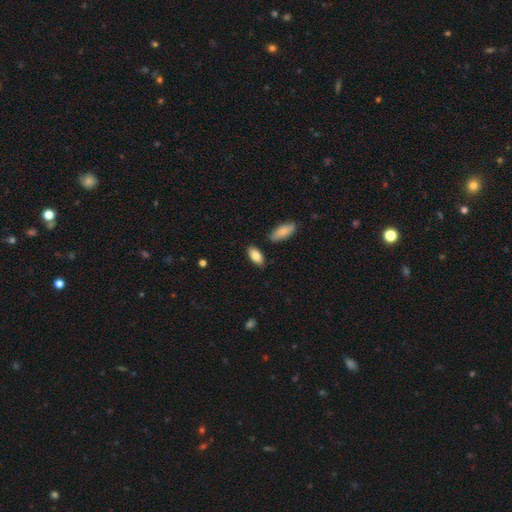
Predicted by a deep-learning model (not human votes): A smooth galaxy with no disk features (85%) that is in between round and cigar-shaped (91%).

Vote fractions:
- Smooth or featured? smooth: 85% / featured or disk: 9% / star or artifact: 7%
- How rounded? in between: 91% / cigar-shaped: 6% / round: 3%
- Merging? none: 82% / minor disturbance: 11% / merger: 4% / major disturbance: 2%